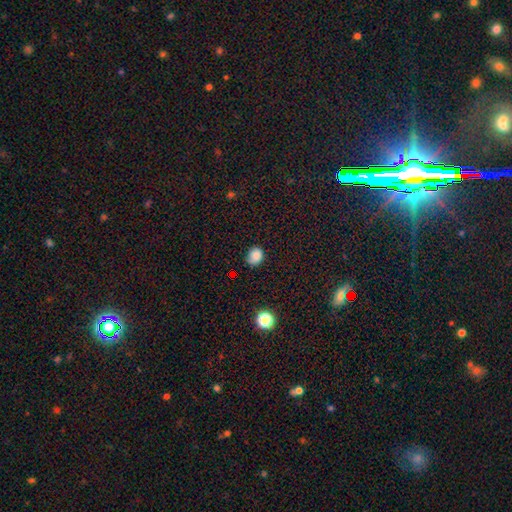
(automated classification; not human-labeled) Morphology: type=smooth (82%); roundness=round (60%); merging=none (73%).